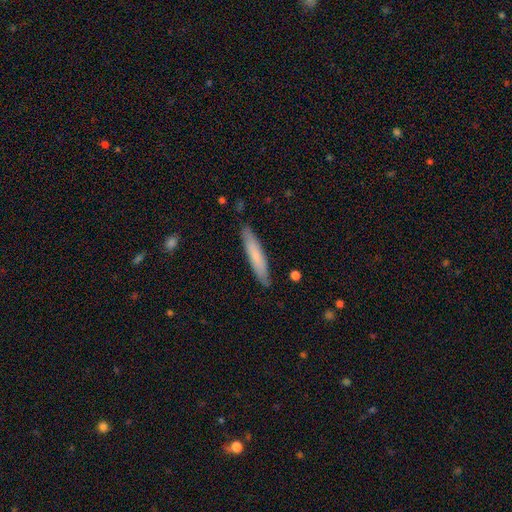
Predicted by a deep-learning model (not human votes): smooth_or_featured: smooth (p=0.69) [alt: featured or disk p=0.26]
how_rounded: cigar-shaped (p=0.90) [alt: in between p=0.09]
merging: none (p=0.87) [alt: minor disturbance p=0.10]